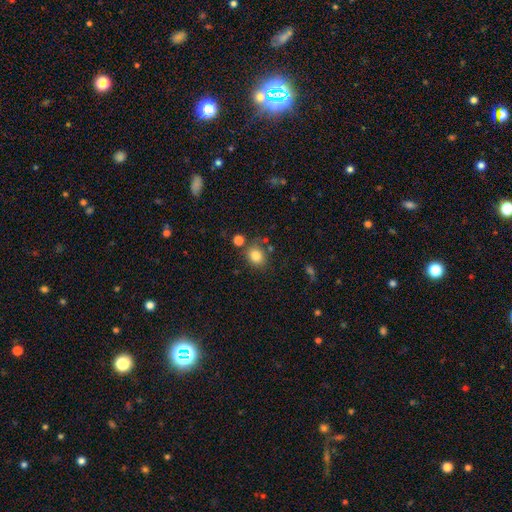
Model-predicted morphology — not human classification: The model was most divided on "how rounded": round: 64%, in between: 35%, cigar-shaped: 1%. More confident: smooth or featured — smooth (82%); merging — none (71%).